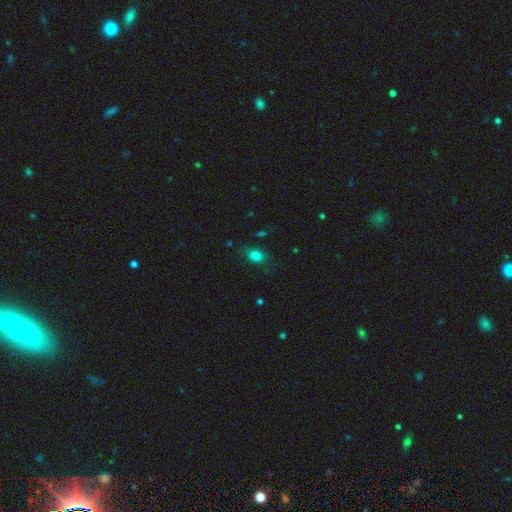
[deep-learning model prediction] The model was most divided on "how rounded": in between: 72%, round: 27%, cigar-shaped: 2%. More confident: smooth or featured — smooth (82%); merging — none (78%).